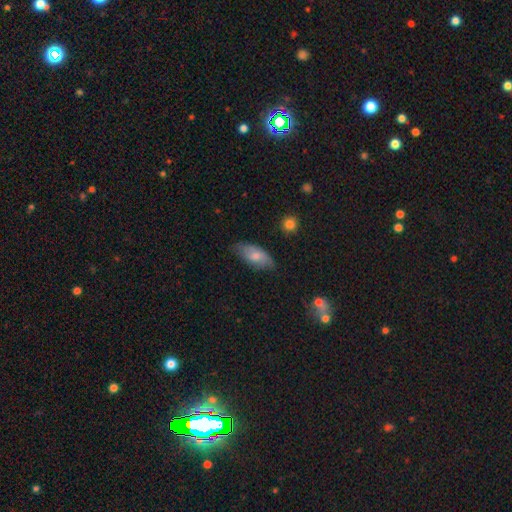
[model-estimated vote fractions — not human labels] Smooth or featured? Predicted: smooth (p=0.72). How rounded? Predicted: in between (p=0.90). Merging? Predicted: none (p=0.64).